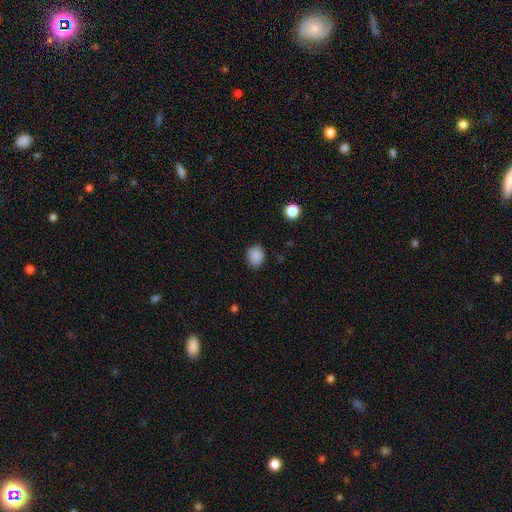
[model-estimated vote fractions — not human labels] smooth_or_featured: smooth (p=0.87) [alt: star or artifact p=0.10]
how_rounded: round (p=0.59) [alt: in between p=0.40]
merging: none (p=0.82) [alt: minor disturbance p=0.14]